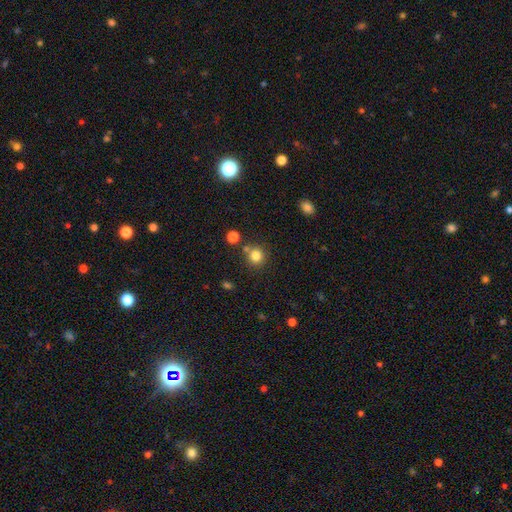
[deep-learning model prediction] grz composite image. It shows a smooth galaxy with no disk features (81%) that is round (91%). Merging: none (74%).